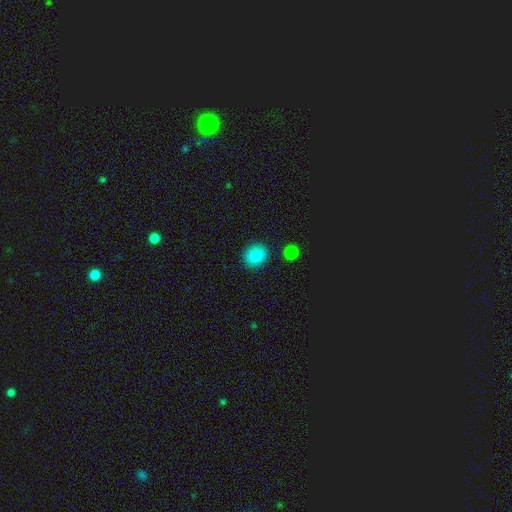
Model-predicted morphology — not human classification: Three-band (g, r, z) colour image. It shows a smooth galaxy with no disk features (88%) that is round (64%). Merging: none (86%).